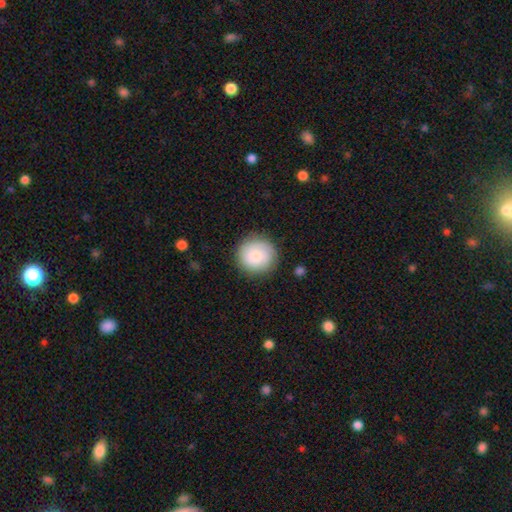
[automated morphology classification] This appears to be a smooth galaxy with no disk features (80%) that is round (95%). Merging: none (87%).